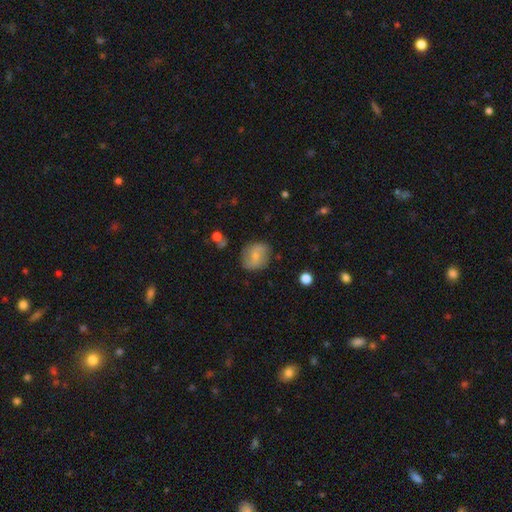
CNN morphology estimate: smooth-or-featured: smooth: 51% | featured or disk: 42% | star or artifact: 8%
  how-rounded: round: 68% | in between: 31% | cigar-shaped: 1%
  merging: none: 78% | minor disturbance: 16% | major disturbance: 5% | merger: 2%